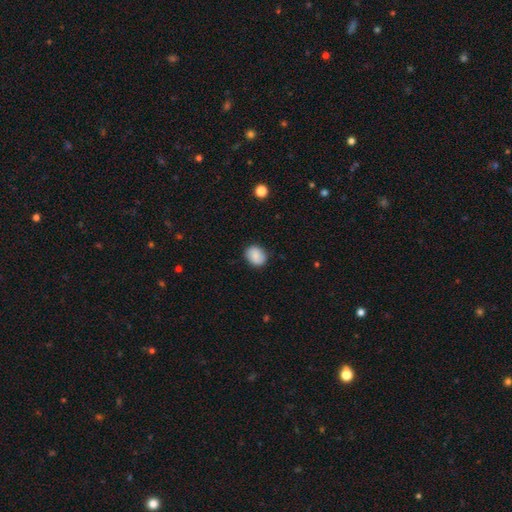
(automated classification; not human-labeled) A smooth galaxy with no disk features (82%) that is round (52%). Merging: none (84%).